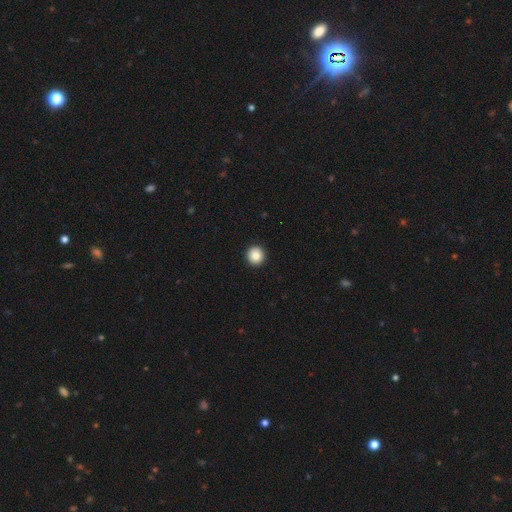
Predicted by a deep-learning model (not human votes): The model was most divided on "smooth or featured": smooth: 84%, star or artifact: 9%, featured or disk: 7%. More confident: how rounded — round (95%); merging — none (94%).